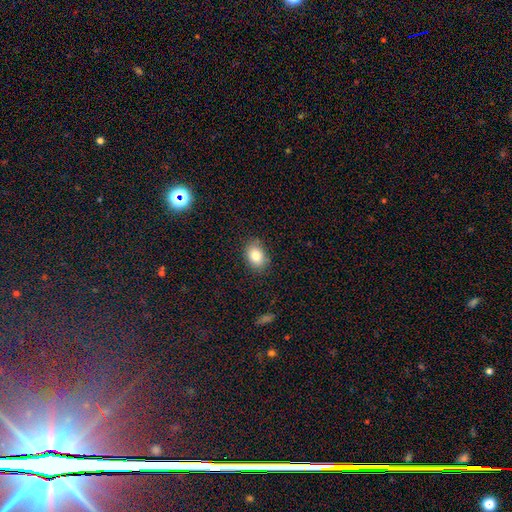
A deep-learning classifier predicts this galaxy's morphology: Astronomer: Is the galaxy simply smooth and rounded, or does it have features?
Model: smooth — 82%.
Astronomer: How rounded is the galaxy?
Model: in between — 75%.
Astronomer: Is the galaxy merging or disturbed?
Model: none — 83%.